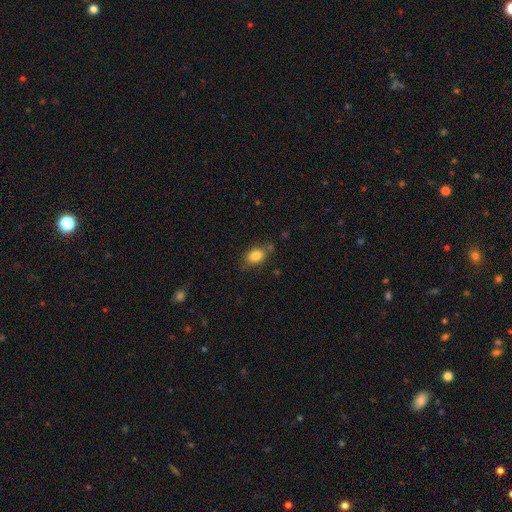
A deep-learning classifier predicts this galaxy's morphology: Q: Smooth or featured?
A: smooth (83%); runner-up: star or artifact (9%)
Q: How rounded?
A: in between (82%); runner-up: round (15%)
Q: Merging?
A: none (72%); runner-up: minor disturbance (18%)